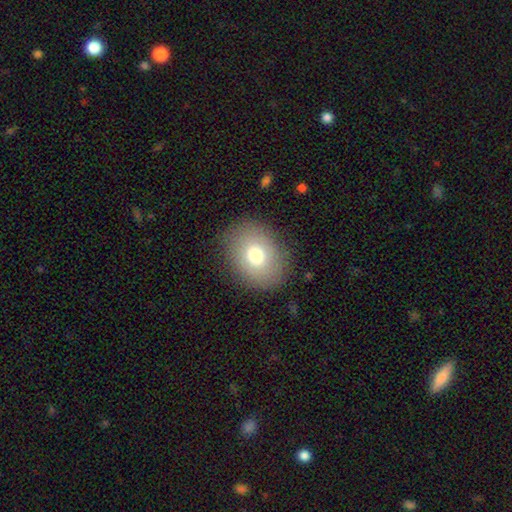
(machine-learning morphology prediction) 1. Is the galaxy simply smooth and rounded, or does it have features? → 74% smooth, 16% featured or disk, 10% star or artifact.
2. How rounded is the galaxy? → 63% in between, 36% round, 1% cigar-shaped.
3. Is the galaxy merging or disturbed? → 85% none, 10% minor disturbance, 4% major disturbance, 1% merger.